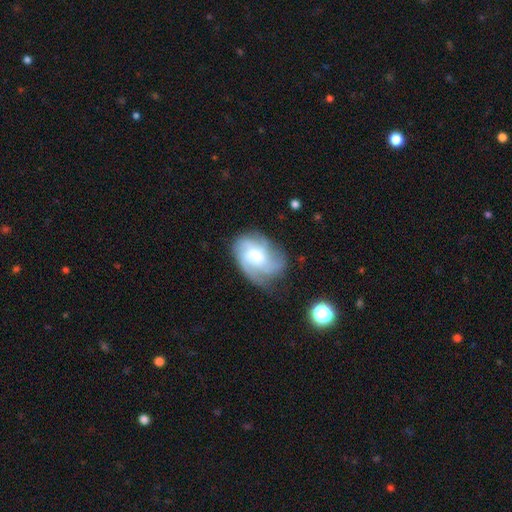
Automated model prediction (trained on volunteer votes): Morphology: type=featured or disk (65%); edge-on=no (97%); bar=no (47%); spiral arms=yes (86%); winding=tight (42%); arm count=can't tell (37%); bulge=moderate (51%); merging=none (51%).